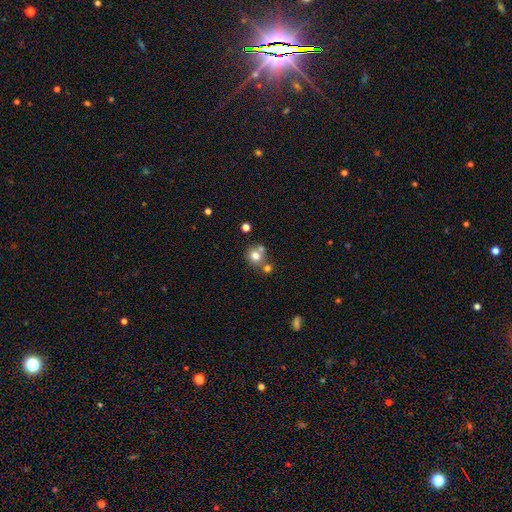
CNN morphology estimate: The model was most divided on "merging": none: 54%, merger: 32%, minor disturbance: 10%, major disturbance: 4%. More confident: how rounded — round (84%); smooth or featured — smooth (74%).